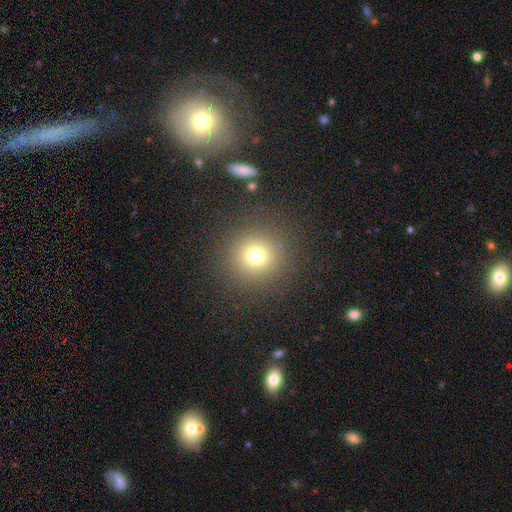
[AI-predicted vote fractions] Smooth or featured? smooth (72%)
How rounded? round (94%)
Merging? none (88%)